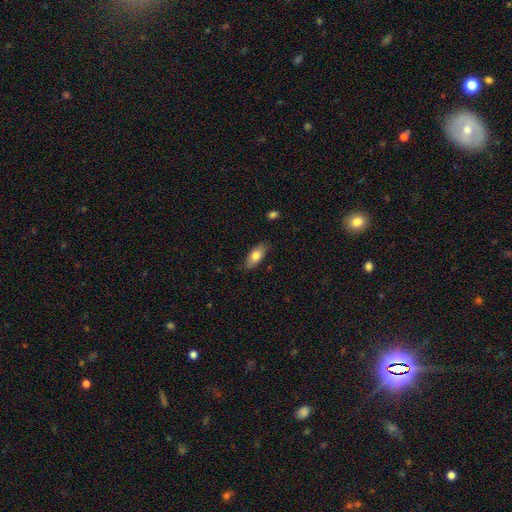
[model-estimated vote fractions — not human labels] smooth-or-featured: smooth: 77% | featured or disk: 16% | star or artifact: 6%
  how-rounded: in between: 87% | cigar-shaped: 10% | round: 3%
  merging: none: 84% | minor disturbance: 12% | major disturbance: 2% | merger: 1%